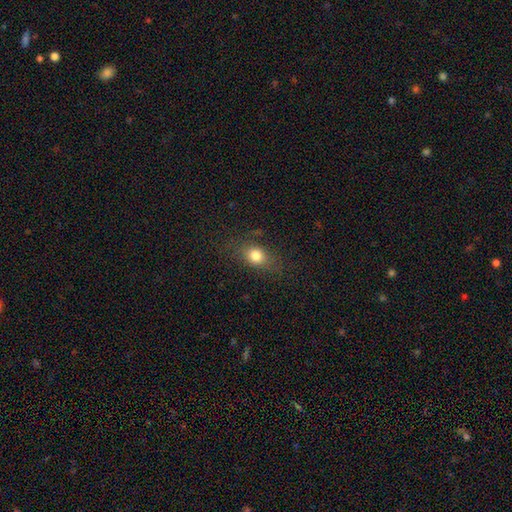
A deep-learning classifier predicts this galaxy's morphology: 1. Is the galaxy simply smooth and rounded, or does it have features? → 78% smooth, 12% star or artifact, 10% featured or disk.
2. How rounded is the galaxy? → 52% in between, 45% round, 4% cigar-shaped.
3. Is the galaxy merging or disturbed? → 75% none, 16% minor disturbance, 7% major disturbance, 1% merger.